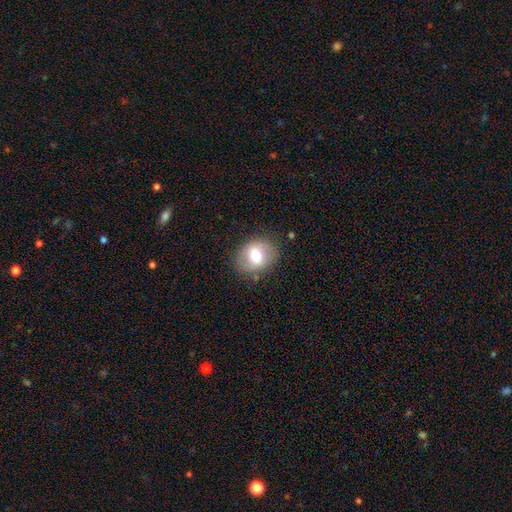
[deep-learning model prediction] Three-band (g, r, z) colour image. It shows a smooth galaxy with no disk features (65%) that is round (50%). Merging: none (80%).